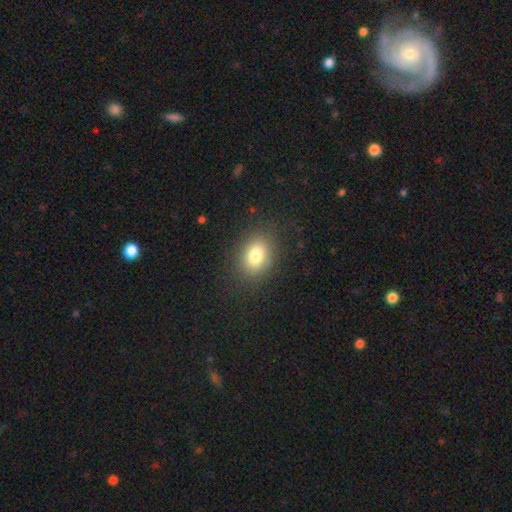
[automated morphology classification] This appears to be a smooth galaxy with no disk features (79%) that is in between round and cigar-shaped (63%). Merging: none (85%).